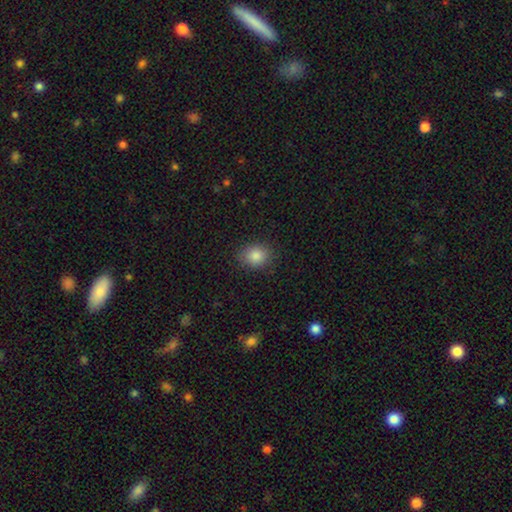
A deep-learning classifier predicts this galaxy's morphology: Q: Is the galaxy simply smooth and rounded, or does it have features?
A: smooth — 86%.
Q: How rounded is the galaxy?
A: round — 65%.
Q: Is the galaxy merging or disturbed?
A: none — 87%.